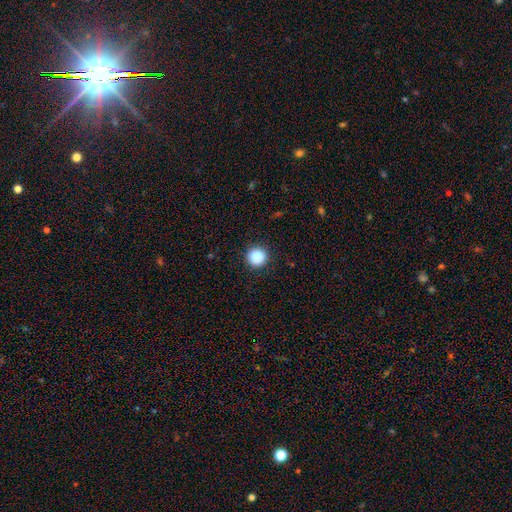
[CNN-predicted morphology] The model was most divided on "smooth or featured": smooth: 89%, star or artifact: 9%, featured or disk: 2%. More confident: how rounded — round (95%); merging — none (91%).